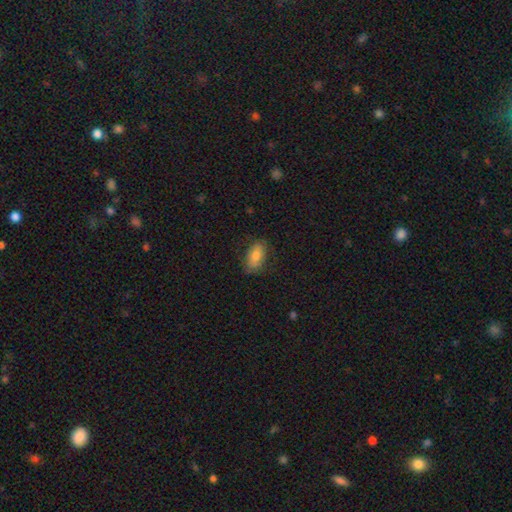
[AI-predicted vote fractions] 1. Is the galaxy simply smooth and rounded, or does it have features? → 82% smooth, 11% featured or disk, 8% star or artifact.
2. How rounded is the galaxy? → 87% in between, 9% cigar-shaped, 4% round.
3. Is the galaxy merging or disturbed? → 82% none, 14% minor disturbance, 3% major disturbance, 1% merger.